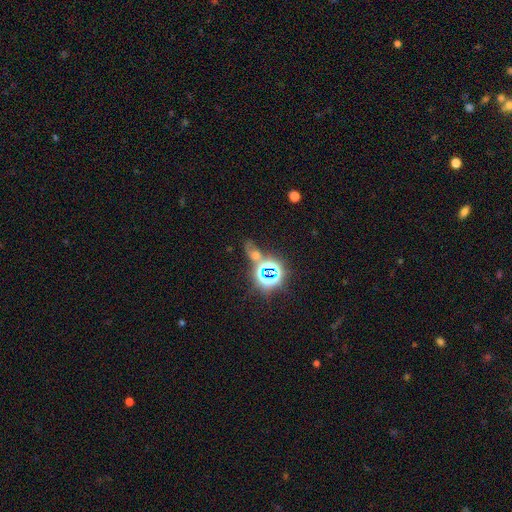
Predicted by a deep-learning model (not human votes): Smooth or featured: star or artifact — 64% (smooth — 23%)